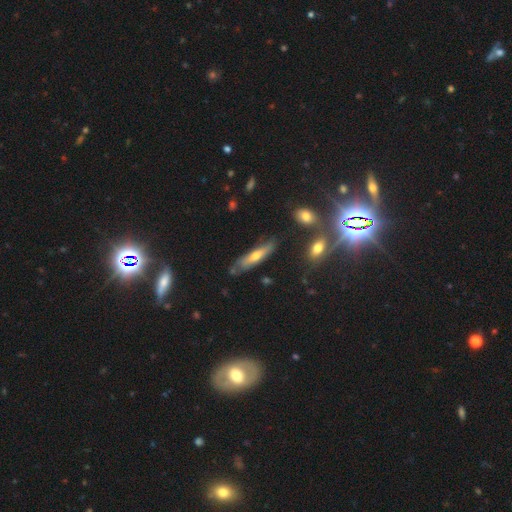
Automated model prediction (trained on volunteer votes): Smooth or featured?
  - smooth: 46% *
  - featured or disk: 45%
  - star or artifact: 9%
Merging?
  - none: 69% *
  - minor disturbance: 21%
  - major disturbance: 5%
  - merger: 5%